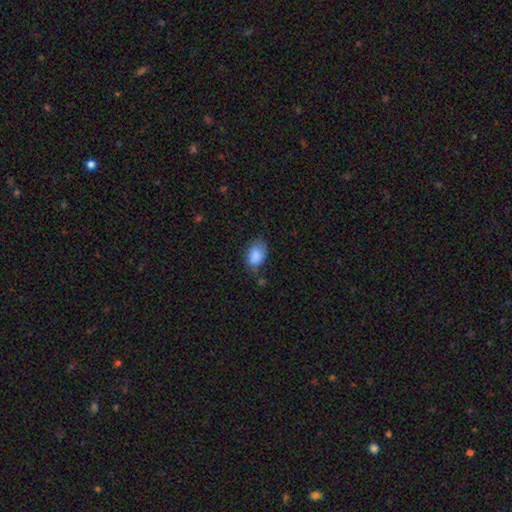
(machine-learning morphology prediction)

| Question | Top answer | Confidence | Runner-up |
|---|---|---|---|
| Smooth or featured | smooth | 87% | star or artifact (8%) |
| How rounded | in between | 85% | round (14%) |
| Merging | none | 59% | minor disturbance (30%) |